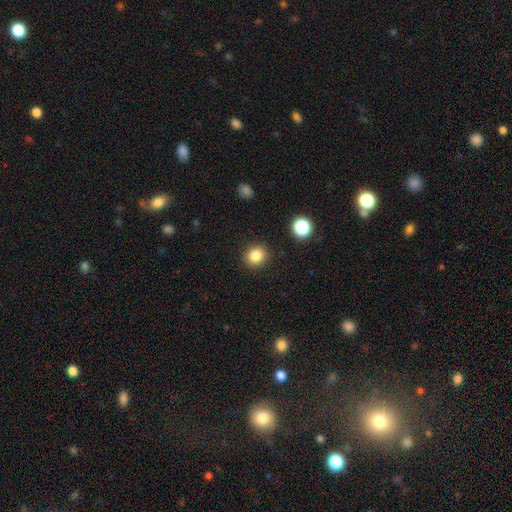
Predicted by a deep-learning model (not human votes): Smooth or featured?
  - smooth: 83% *
  - star or artifact: 12%
  - featured or disk: 5%
How rounded?
  - round: 83% *
  - in between: 16%
  - cigar-shaped: 1%
Merging?
  - none: 90% *
  - minor disturbance: 6%
  - major disturbance: 2%
  - merger: 1%